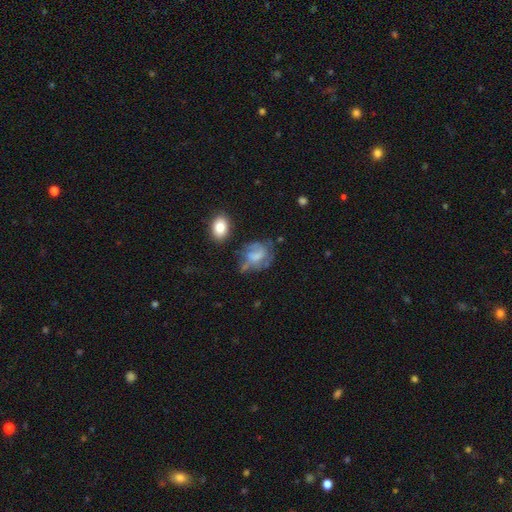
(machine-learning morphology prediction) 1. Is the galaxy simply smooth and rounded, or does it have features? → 47% smooth, 42% featured or disk, 11% star or artifact.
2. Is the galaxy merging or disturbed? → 43% none, 26% minor disturbance, 24% major disturbance, 7% merger.